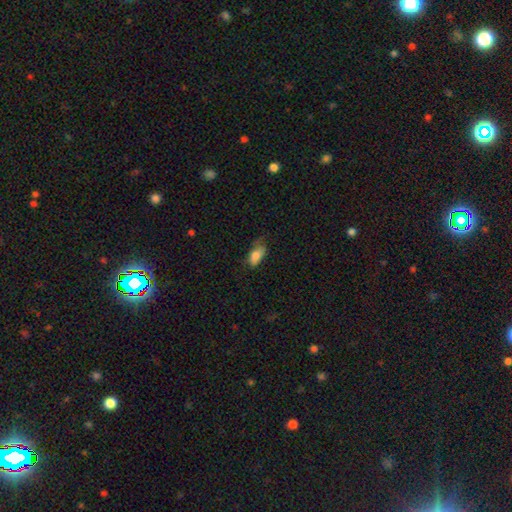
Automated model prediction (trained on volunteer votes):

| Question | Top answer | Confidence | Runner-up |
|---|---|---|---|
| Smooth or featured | smooth | 80% | featured or disk (12%) |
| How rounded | in between | 88% | cigar-shaped (9%) |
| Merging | none | 49% | minor disturbance (34%) |